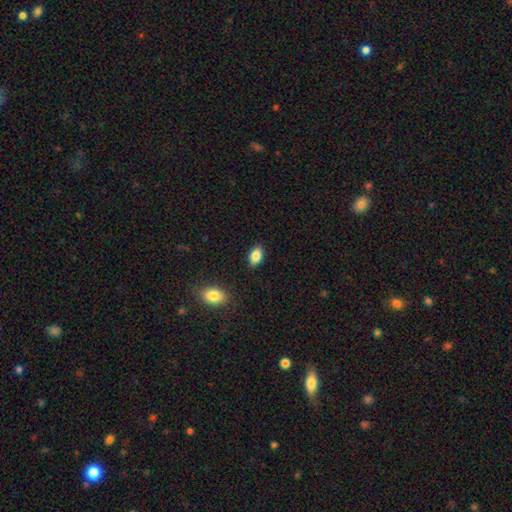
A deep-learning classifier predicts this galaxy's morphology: smooth 85%, star or artifact 8%, featured or disk 7%. Down the decision tree: how rounded — in between (90%); merging — none (87%).